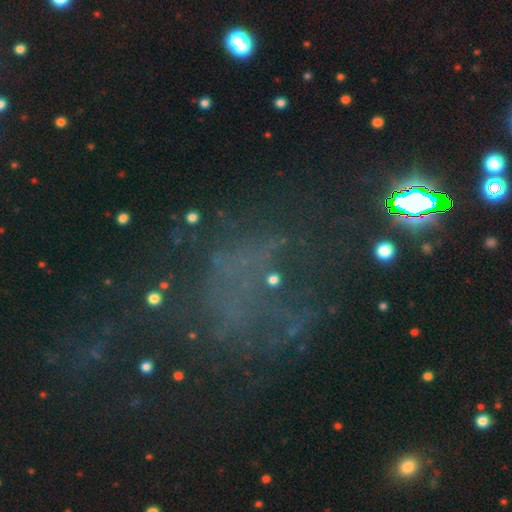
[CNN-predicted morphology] Smooth or featured: star or artifact — 47% (featured or disk — 30%)